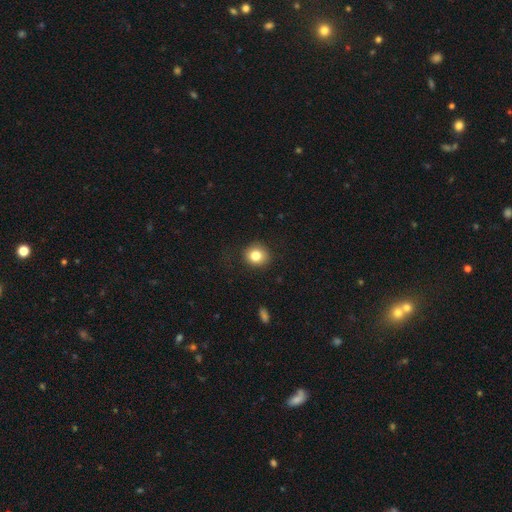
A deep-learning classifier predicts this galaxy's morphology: Smooth or featured? smooth (82%)
How rounded? round (85%)
Merging? none (86%)